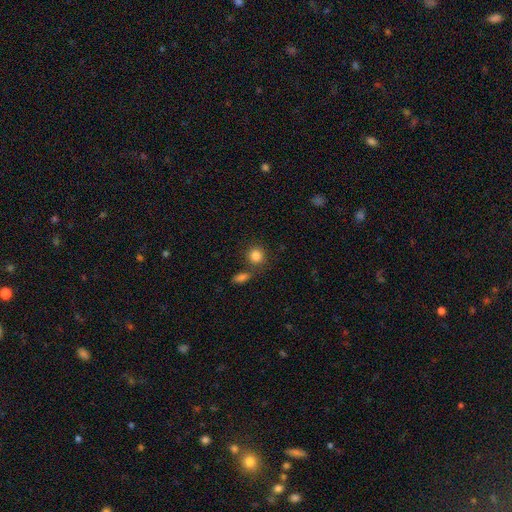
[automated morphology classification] Overall: smooth (85%). How rounded: round (86%). Merging: none (72%).